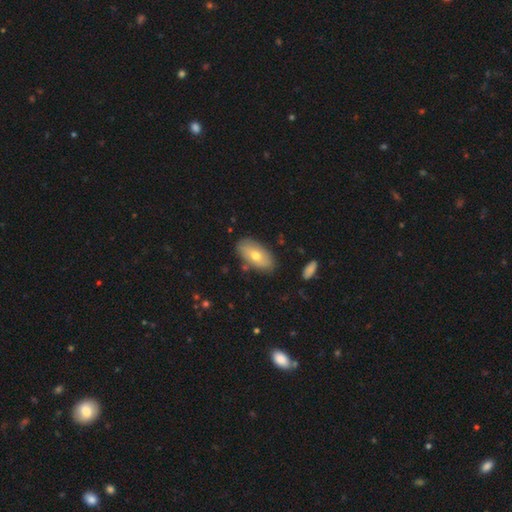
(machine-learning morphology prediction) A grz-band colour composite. It shows a smooth galaxy with no disk features (61%) that is in between round and cigar-shaped (91%). Merging: none (82%).